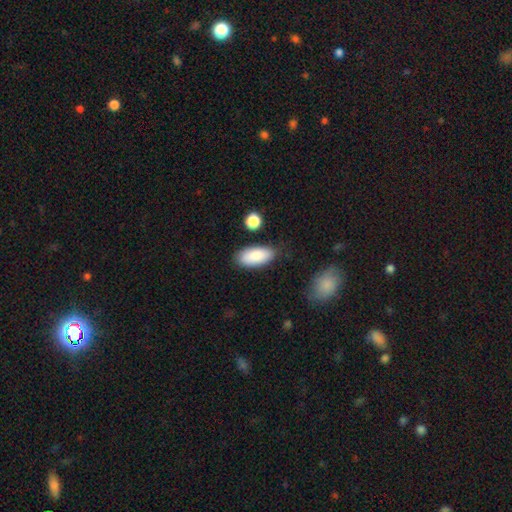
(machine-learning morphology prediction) smooth-or-featured: smooth: 87% | featured or disk: 7% | star or artifact: 6%
  how-rounded: in between: 90% | cigar-shaped: 8% | round: 2%
  merging: none: 80% | minor disturbance: 13% | merger: 4% | major disturbance: 3%